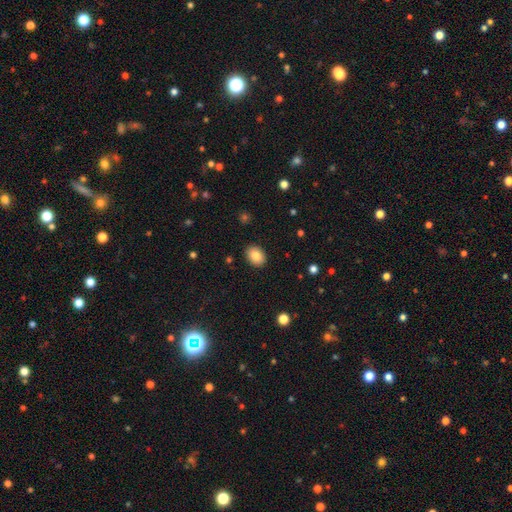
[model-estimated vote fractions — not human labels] Smooth or featured: smooth — 84% (featured or disk — 8%)
How rounded: in between — 66% (round — 33%)
Merging: none — 90% (minor disturbance — 7%)